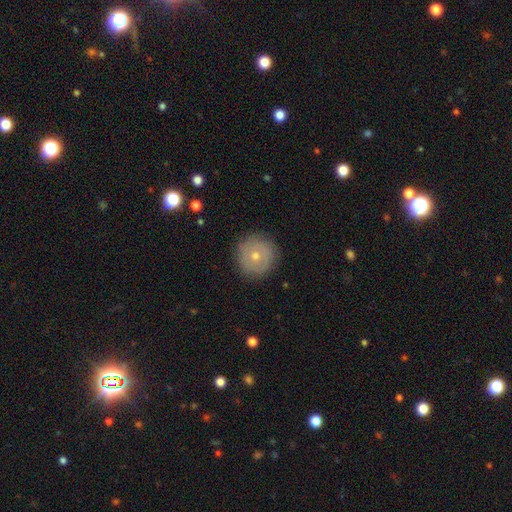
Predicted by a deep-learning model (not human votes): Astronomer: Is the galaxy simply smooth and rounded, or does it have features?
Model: smooth — 52% (runner-up: featured or disk, 40%).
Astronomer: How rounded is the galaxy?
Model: round — 95%.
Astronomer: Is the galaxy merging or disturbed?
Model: none — 86%.